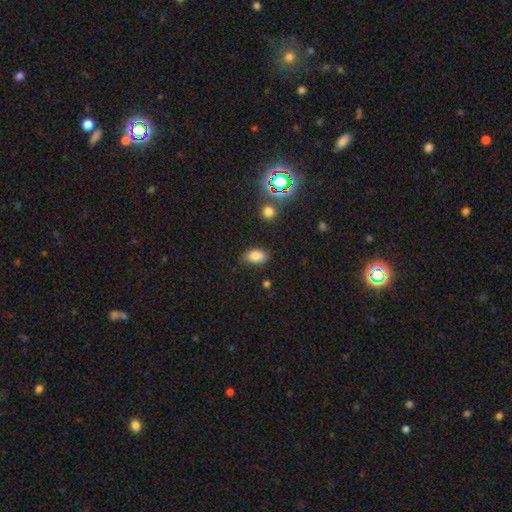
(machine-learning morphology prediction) A smooth galaxy with no disk features (80%) that is in between round and cigar-shaped (86%).

Vote fractions:
- Smooth or featured? smooth: 80% / star or artifact: 13% / featured or disk: 7%
- How rounded? in between: 86% / round: 12% / cigar-shaped: 2%
- Merging? none: 67% / minor disturbance: 25% / major disturbance: 5% / merger: 2%